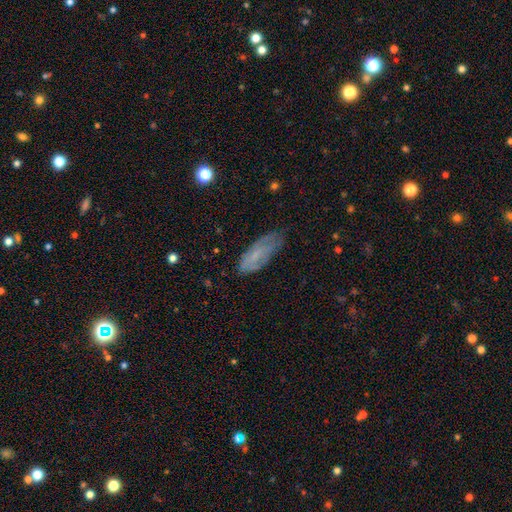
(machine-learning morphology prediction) Q: Smooth or featured?
A: smooth (55%); runner-up: featured or disk (36%)
Q: How rounded?
A: in between (72%); runner-up: cigar-shaped (26%)
Q: Merging?
A: none (61%); runner-up: minor disturbance (28%)